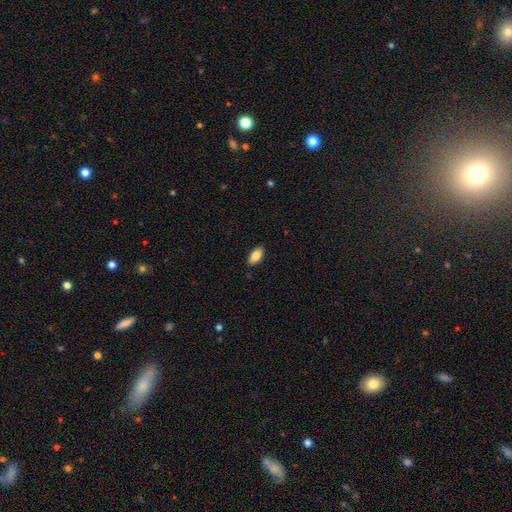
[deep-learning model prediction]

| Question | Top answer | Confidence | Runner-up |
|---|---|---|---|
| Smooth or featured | smooth | 83% | featured or disk (10%) |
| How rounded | in between | 90% | cigar-shaped (7%) |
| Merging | none | 89% | minor disturbance (8%) |